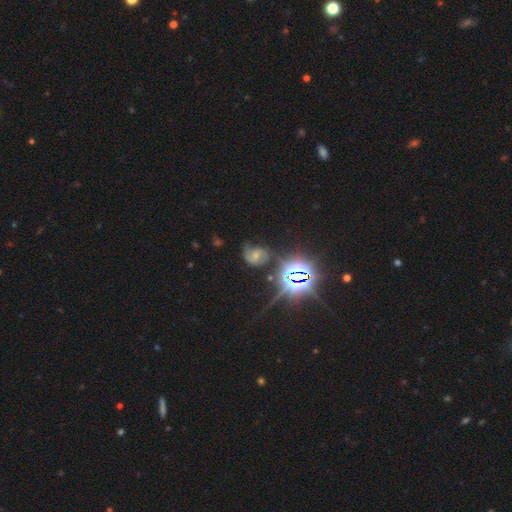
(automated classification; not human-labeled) Smooth or featured: featured or disk — 55% (star or artifact — 24%)
Edge-on disk: no — 96% (yes — 4%)
Bar: no — 46% (weak — 38%)
Spiral arms: yes — 89% (no — 11%)
Bulge size: small — 42% (moderate — 41%)
Merging: none — 62% (minor disturbance — 22%)